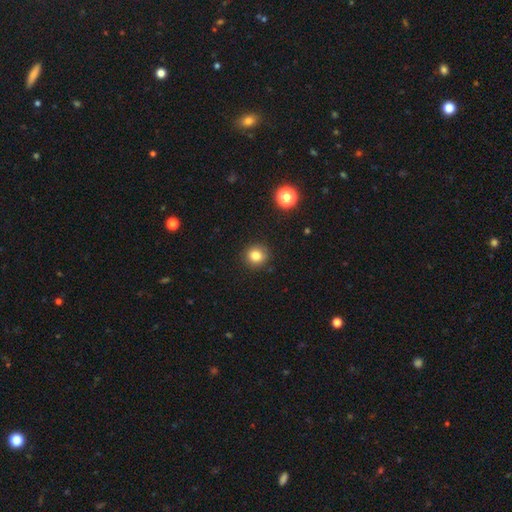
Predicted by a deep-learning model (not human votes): Smooth or featured? Predicted: smooth (p=0.81). How rounded? Predicted: round (p=0.90). Merging? Predicted: none (p=0.91).